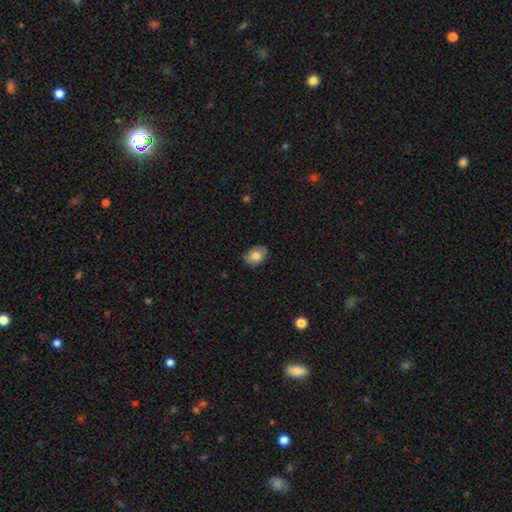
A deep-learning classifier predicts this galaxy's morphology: This appears to be a smooth galaxy with no disk features (76%) that is in between round and cigar-shaped (70%). Merging: none (80%).